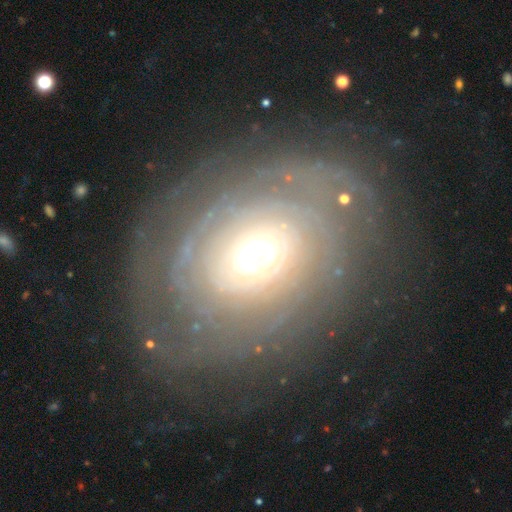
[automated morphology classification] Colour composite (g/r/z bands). It shows a featured or disk galaxy (79%) with no bar (78%), tight (81%) spiral arms (82%) and a moderate central bulge (64%). Merging: none (77%).